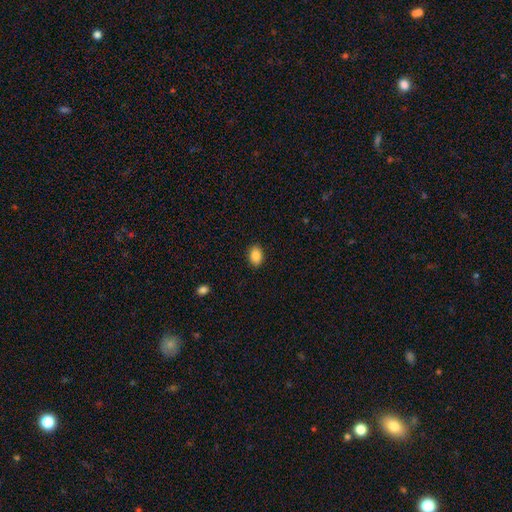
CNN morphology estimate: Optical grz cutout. It shows a smooth galaxy with no disk features (88%) that is in between round and cigar-shaped (82%). Merging: none (89%).